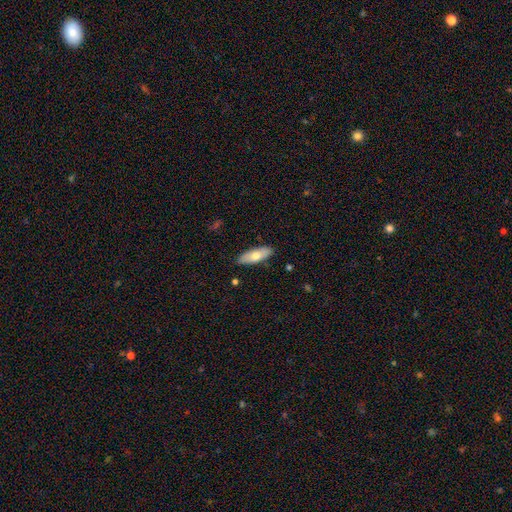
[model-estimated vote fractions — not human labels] This is likely a smooth galaxy (68%). How rounded: likely in between (71%). Merging: clearly none (87%).